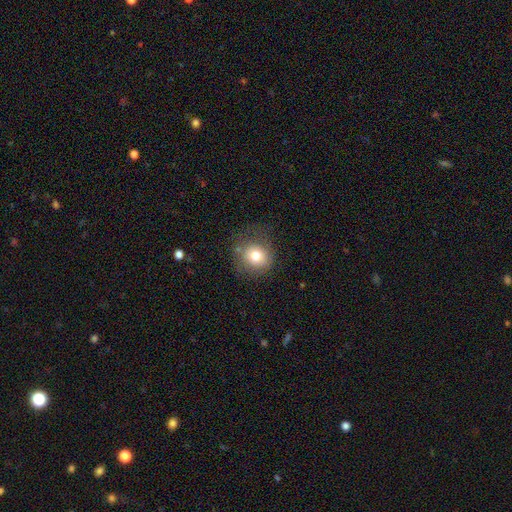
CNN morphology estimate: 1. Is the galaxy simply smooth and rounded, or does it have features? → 74% smooth, 15% featured or disk, 11% star or artifact.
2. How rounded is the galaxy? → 83% round, 17% in between, 1% cigar-shaped.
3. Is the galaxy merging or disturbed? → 69% none, 19% minor disturbance, 10% major disturbance, 2% merger.